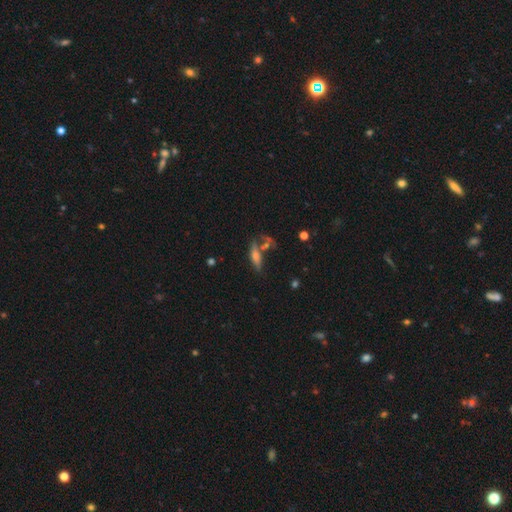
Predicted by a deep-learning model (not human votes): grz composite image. It shows a smooth galaxy with no disk features (53%) that is cigar-shaped (58%). Merging: none (50%).